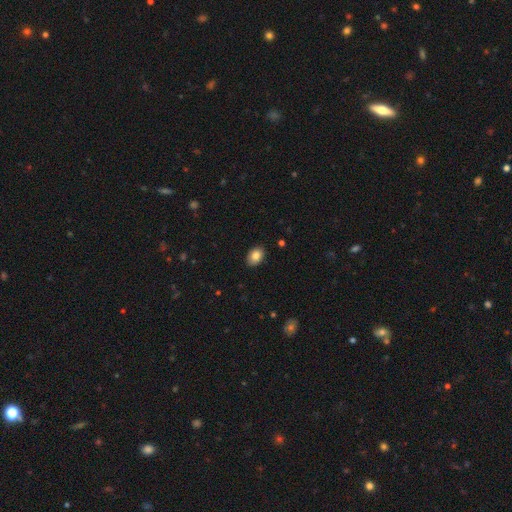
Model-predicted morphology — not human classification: Smooth or featured?
  - smooth: 84% *
  - star or artifact: 8%
  - featured or disk: 8%
How rounded?
  - in between: 78% *
  - round: 21%
  - cigar-shaped: 1%
Merging?
  - none: 88% *
  - minor disturbance: 9%
  - major disturbance: 2%
  - merger: 1%